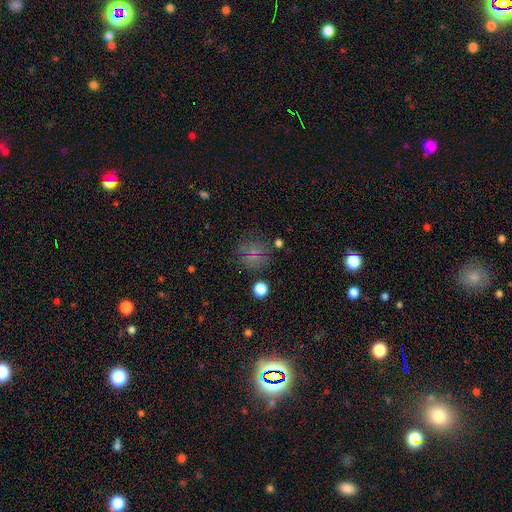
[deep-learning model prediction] Smooth or featured? Predicted: smooth (p=0.65). How rounded? Predicted: round (p=0.85). Merging? Predicted: none (p=0.73).